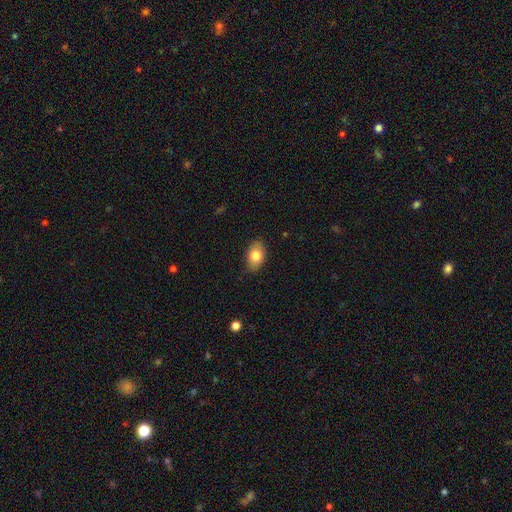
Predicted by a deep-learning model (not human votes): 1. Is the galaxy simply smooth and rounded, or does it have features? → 81% smooth, 11% featured or disk, 8% star or artifact.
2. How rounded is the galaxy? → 88% in between, 11% round, 1% cigar-shaped.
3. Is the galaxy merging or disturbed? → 81% none, 16% minor disturbance, 3% major disturbance, 1% merger.